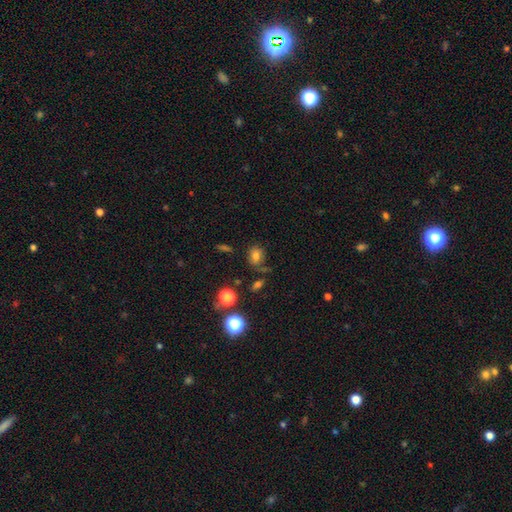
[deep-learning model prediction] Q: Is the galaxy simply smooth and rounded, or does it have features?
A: smooth — 73%.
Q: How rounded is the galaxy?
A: round — 50%.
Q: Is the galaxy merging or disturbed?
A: none — 66%.